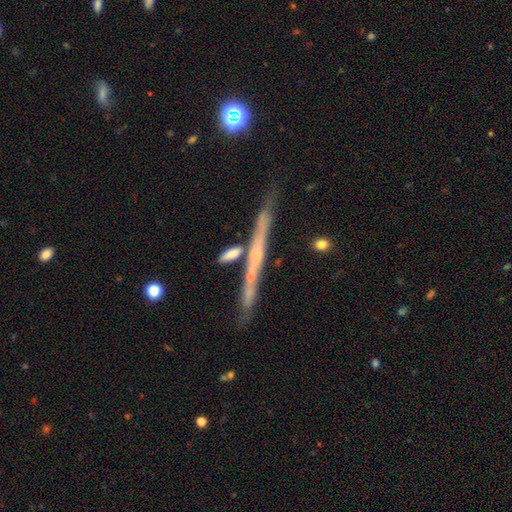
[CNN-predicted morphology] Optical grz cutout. It shows a featured or disk galaxy (60%) viewed edge-on (95%) with no central bulge (84%). Merging: none (79%).